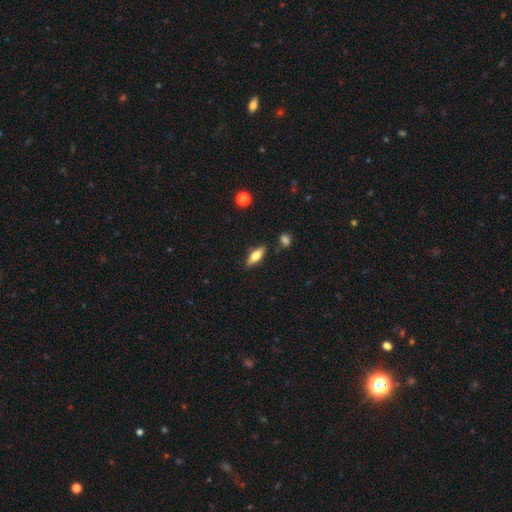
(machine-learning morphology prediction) Smooth or featured: smooth — 55% (featured or disk — 38%)
How rounded: in between — 57% (cigar-shaped — 39%)
Merging: none — 82% (minor disturbance — 11%)